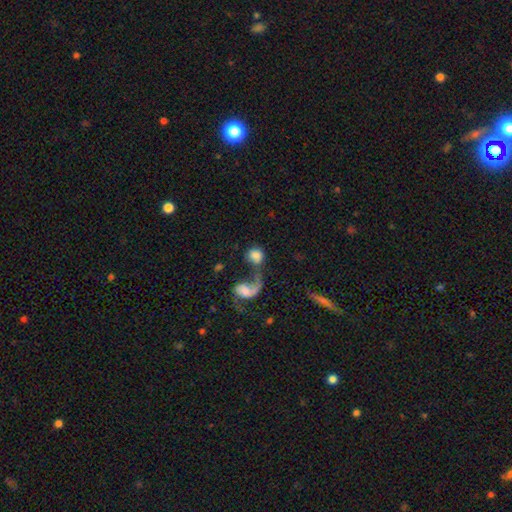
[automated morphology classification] Smooth or featured?
  - smooth: 67% *
  - featured or disk: 24%
  - star or artifact: 9%
How rounded?
  - round: 63% *
  - in between: 35%
  - cigar-shaped: 2%
Merging?
  - merger: 50% *
  - none: 23%
  - major disturbance: 18%
  - minor disturbance: 9%